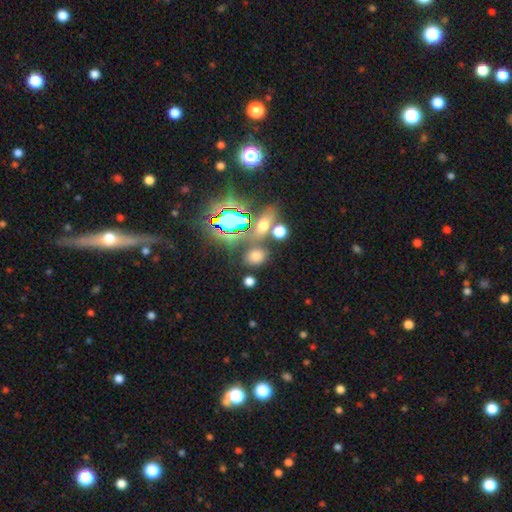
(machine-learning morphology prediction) Overall: smooth (65%; star or artifact 26%). How rounded: in between (60%; round 38%). Merging: none (71%).